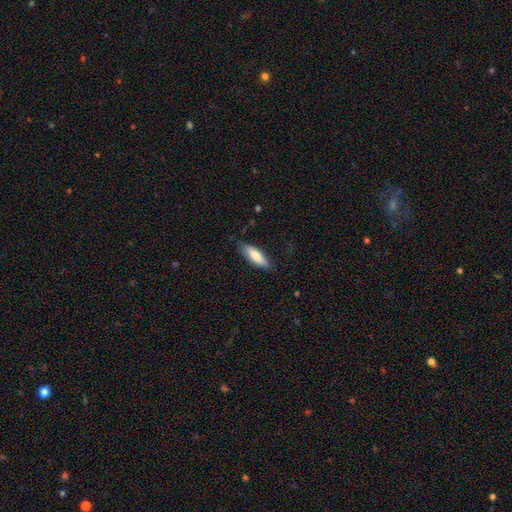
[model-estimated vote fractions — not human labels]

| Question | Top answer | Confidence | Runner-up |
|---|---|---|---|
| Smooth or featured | smooth | 76% | featured or disk (18%) |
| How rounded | in between | 52% | cigar-shaped (46%) |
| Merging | none | 78% | minor disturbance (17%) |